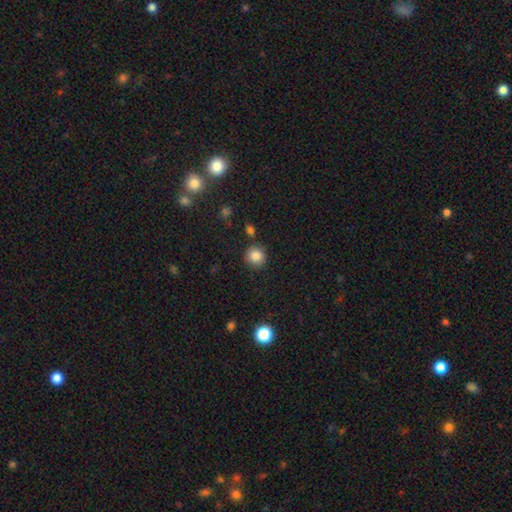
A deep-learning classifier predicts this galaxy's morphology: This appears to be a smooth galaxy with no disk features (85%) that is round (91%). Merging: none (83%).